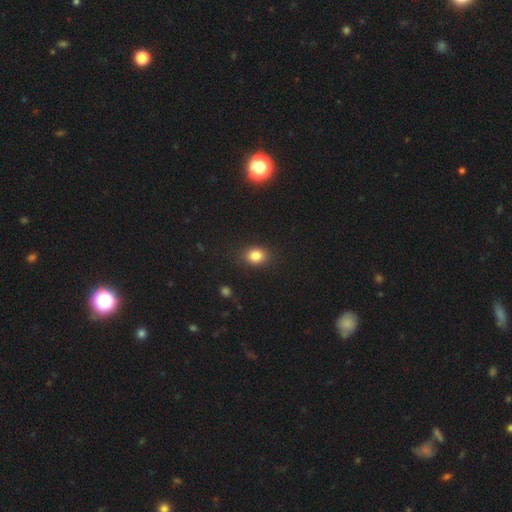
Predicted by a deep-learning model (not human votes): Morphology: type=smooth (83%); roundness=round (52%); merging=none (87%).